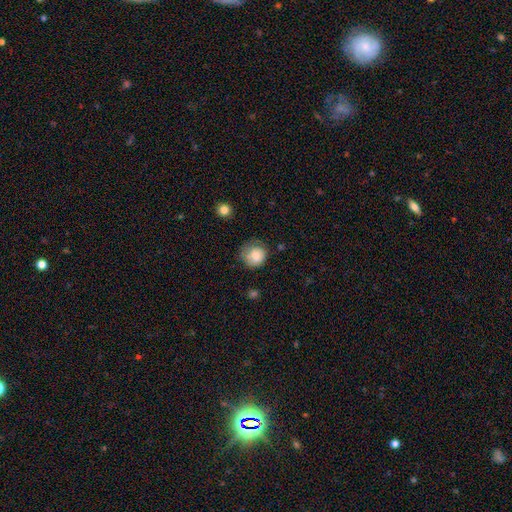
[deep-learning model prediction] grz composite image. It shows a smooth galaxy with no disk features (78%) that is round (85%). Merging: none (57%).